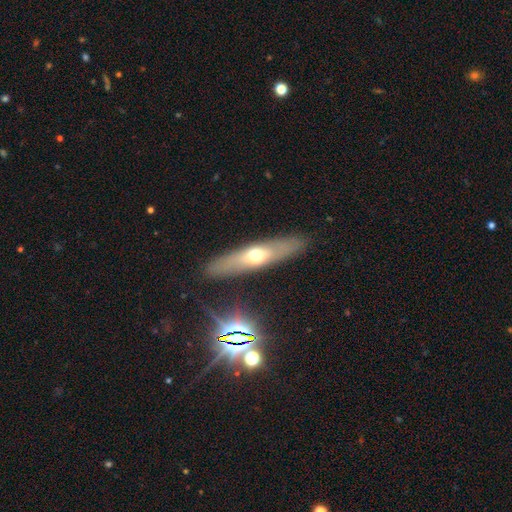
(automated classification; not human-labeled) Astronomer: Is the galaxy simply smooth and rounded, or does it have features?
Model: smooth — 47% (runner-up: featured or disk, 45%).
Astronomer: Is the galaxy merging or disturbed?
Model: none — 87%.